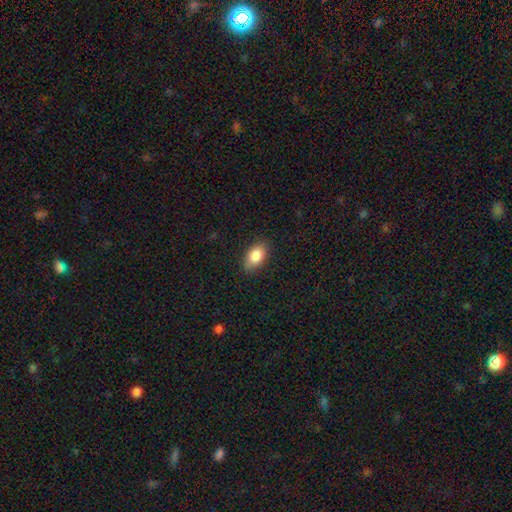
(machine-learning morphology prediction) Smooth or featured? Predicted: smooth (p=0.85). How rounded? Predicted: in between (p=0.91). Merging? Predicted: none (p=0.84).